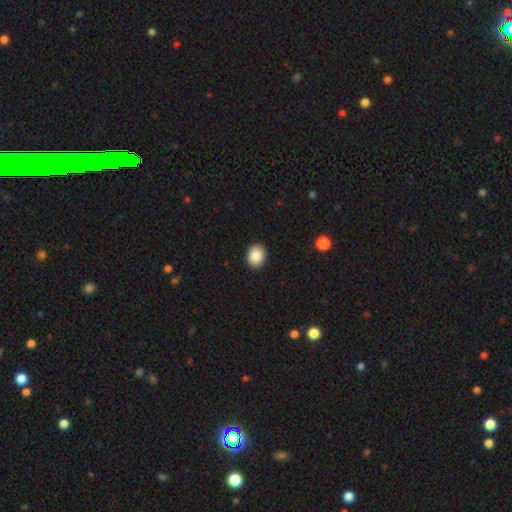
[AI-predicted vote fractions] A smooth galaxy with no disk features (89%) that is in between round and cigar-shaped (57%).

Vote fractions:
- Smooth or featured? smooth: 89% / star or artifact: 8% / featured or disk: 4%
- How rounded? in between: 57% / round: 42% / cigar-shaped: 1%
- Merging? none: 91% / minor disturbance: 7% / major disturbance: 2% / merger: 1%